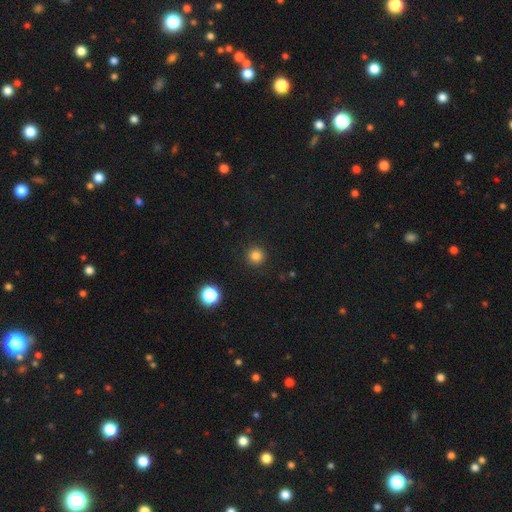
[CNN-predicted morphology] smooth_or_featured: smooth (p=0.82) [alt: star or artifact p=0.14]
how_rounded: round (p=0.95) [alt: in between p=0.04]
merging: none (p=0.91) [alt: minor disturbance p=0.06]